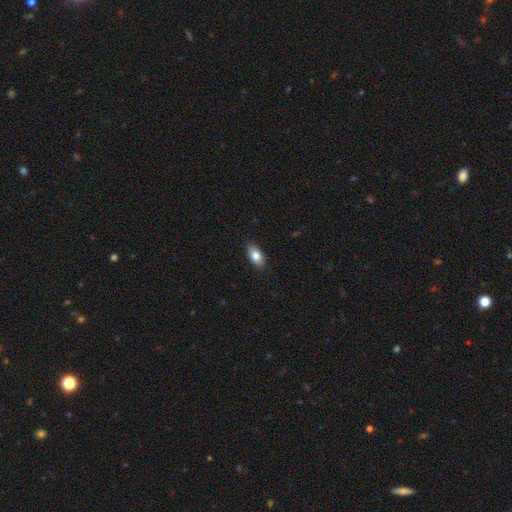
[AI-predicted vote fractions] Overall: smooth (83%). How rounded: in between (89%). Merging: none (88%).